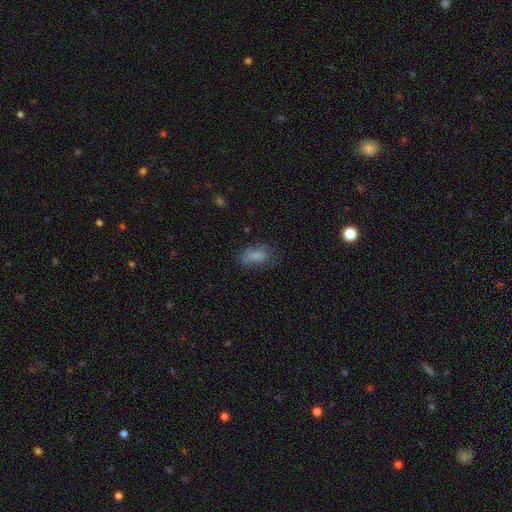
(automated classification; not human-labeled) Smooth or featured? smooth (75%)
How rounded? in between (85%)
Merging? none (58%)